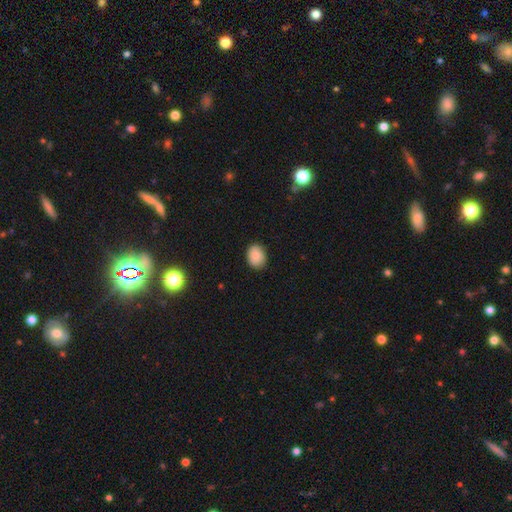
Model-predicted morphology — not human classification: smooth_or_featured: smooth (p=0.88) [alt: star or artifact p=0.08]
how_rounded: in between (p=0.60) [alt: round p=0.39]
merging: none (p=0.87) [alt: minor disturbance p=0.10]